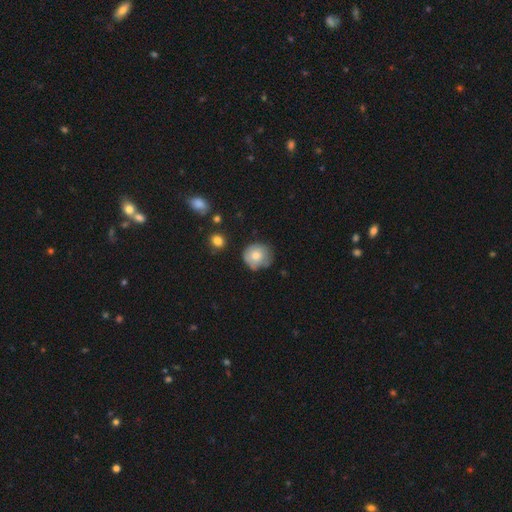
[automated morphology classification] This appears to be a smooth galaxy with no disk features (75%) that is round (86%). Merging: none (63%).